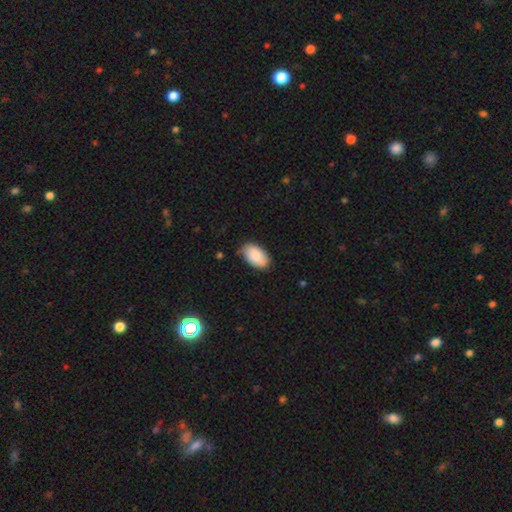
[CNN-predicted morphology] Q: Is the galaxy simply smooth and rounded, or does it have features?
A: smooth — 85%.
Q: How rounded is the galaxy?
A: in between — 94%.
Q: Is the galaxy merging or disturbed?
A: none — 76%.